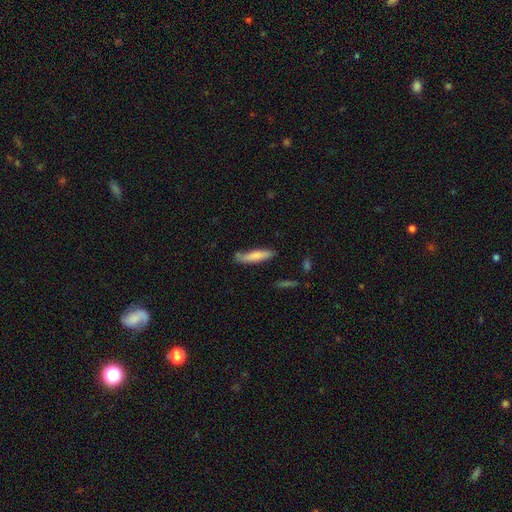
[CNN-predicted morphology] This appears to be a smooth galaxy with no disk features (77%) that is cigar-shaped (79%). Merging: none (67%).